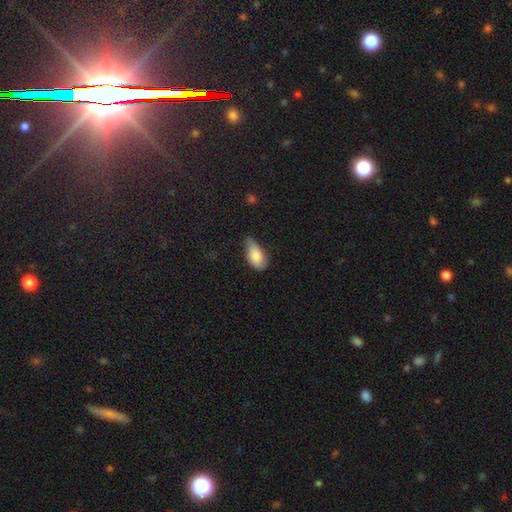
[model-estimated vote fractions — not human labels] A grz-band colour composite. It shows a smooth galaxy with no disk features (81%) that is in between round and cigar-shaped (91%). Merging: minor disturbance (48%).